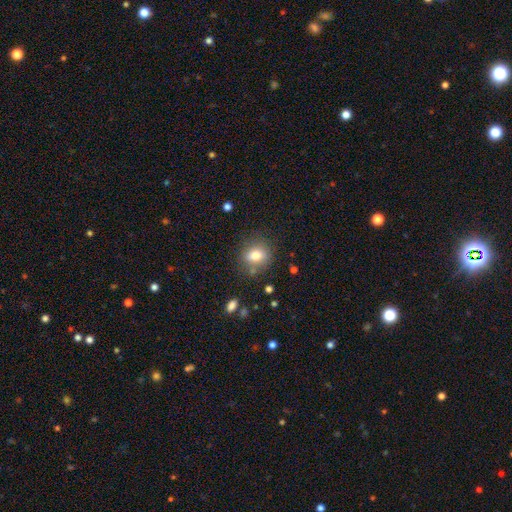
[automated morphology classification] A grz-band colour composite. It shows a smooth galaxy with no disk features (78%) that is round (63%). Merging: none (77%).